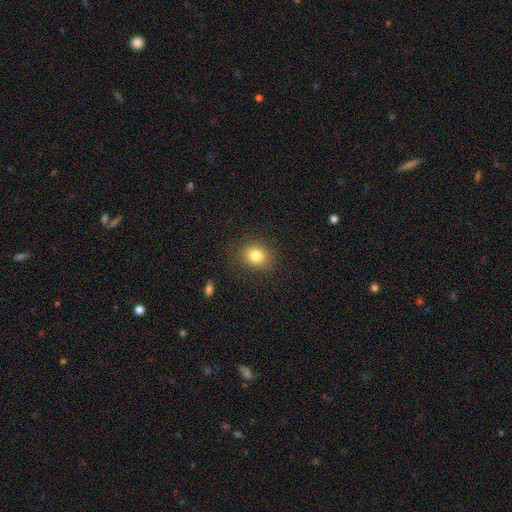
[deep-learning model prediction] Q: Smooth or featured?
A: smooth (81%); runner-up: star or artifact (11%)
Q: How rounded?
A: round (65%); runner-up: in between (34%)
Q: Merging?
A: none (85%); runner-up: minor disturbance (10%)